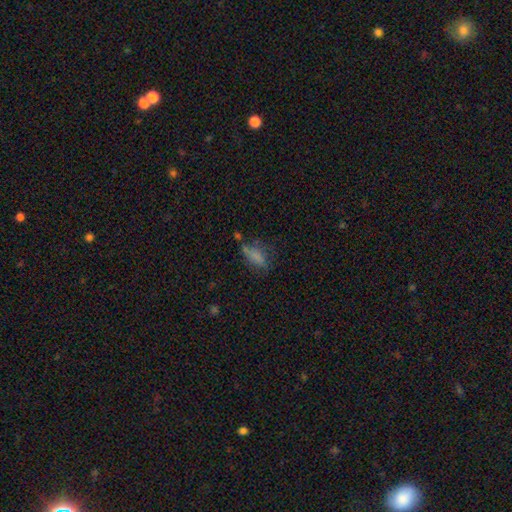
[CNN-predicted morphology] smooth_or_featured: smooth (p=0.68) [alt: featured or disk p=0.18]
how_rounded: in between (p=0.78) [alt: cigar-shaped p=0.16]
merging: none (p=0.43) [alt: minor disturbance p=0.28]